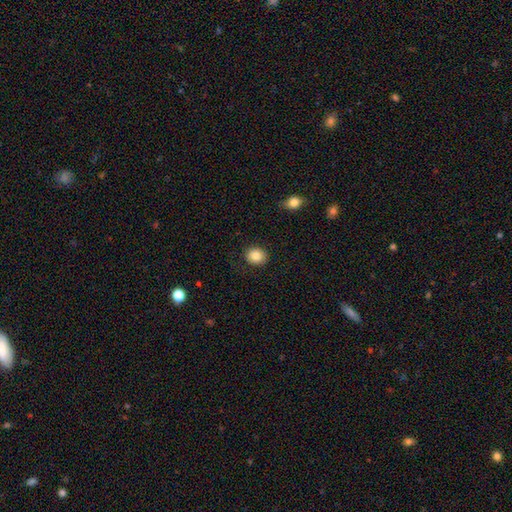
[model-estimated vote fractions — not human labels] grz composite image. It shows a smooth galaxy with no disk features (84%) that is round (72%). Merging: none (88%).